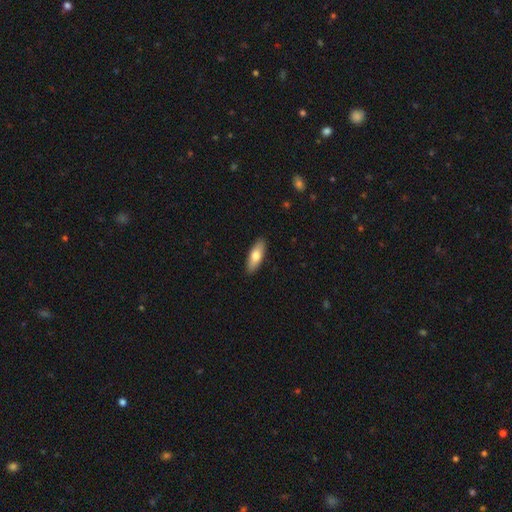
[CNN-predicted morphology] A smooth galaxy with no disk features (73%) that is in between round and cigar-shaped (65%).

Vote fractions:
- Smooth or featured? smooth: 73% / featured or disk: 21% / star or artifact: 5%
- How rounded? in between: 65% / cigar-shaped: 32% / round: 2%
- Merging? none: 90% / minor disturbance: 7% / major disturbance: 2% / merger: 1%